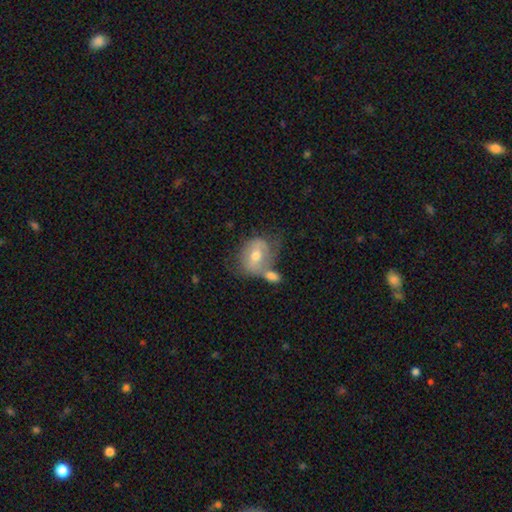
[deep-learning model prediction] Overall: smooth (51%; featured or disk 41%). How rounded: in between (52%; round 46%). Merging: merger (37%; none 34%).